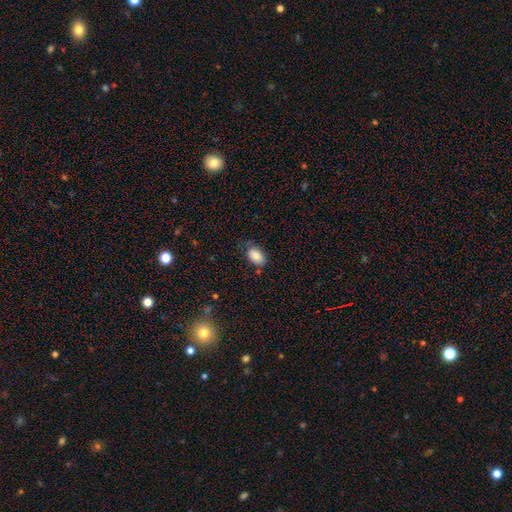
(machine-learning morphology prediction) The model was most divided on "merging": none: 66%, minor disturbance: 24%, major disturbance: 7%, merger: 2%. More confident: how rounded — in between (91%); smooth or featured — smooth (87%).